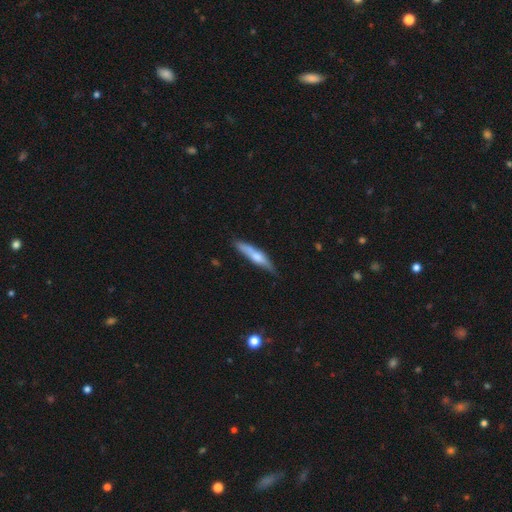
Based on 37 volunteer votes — Smooth or featured?
  - featured or disk: 54% *
  - smooth: 41%
  - star or artifact: 5%
Edge-on disk?
  - yes: 100% *
  - no: 0%
Edge-on bulge?
  - rounded: 85% *
  - none: 10%
  - boxy: 5%
Merging?
  - none: 57% *
  - minor disturbance: 31%
  - major disturbance: 9%
  - merger: 3%